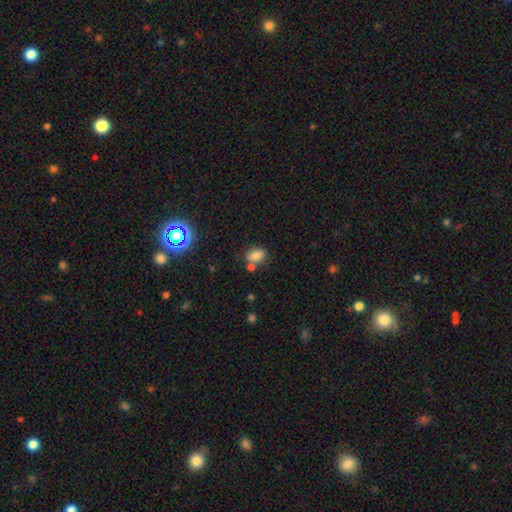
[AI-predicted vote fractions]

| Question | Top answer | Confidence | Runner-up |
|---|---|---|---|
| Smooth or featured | smooth | 78% | star or artifact (14%) |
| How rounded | in between | 73% | round (26%) |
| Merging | none | 62% | merger (20%) |